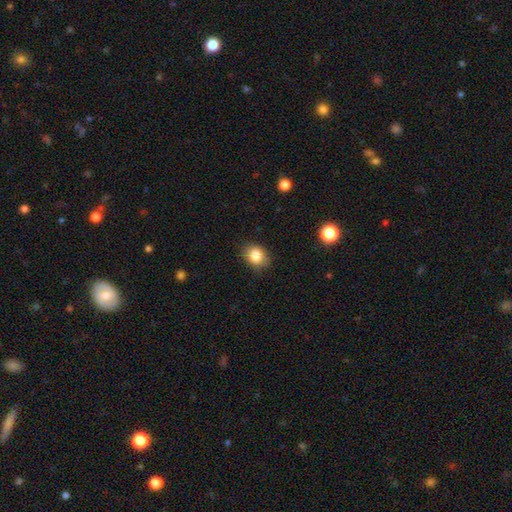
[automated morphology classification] smooth_or_featured: smooth (p=0.85) [alt: star or artifact p=0.10]
how_rounded: round (p=0.51) [alt: in between p=0.48]
merging: none (p=0.83) [alt: minor disturbance p=0.13]